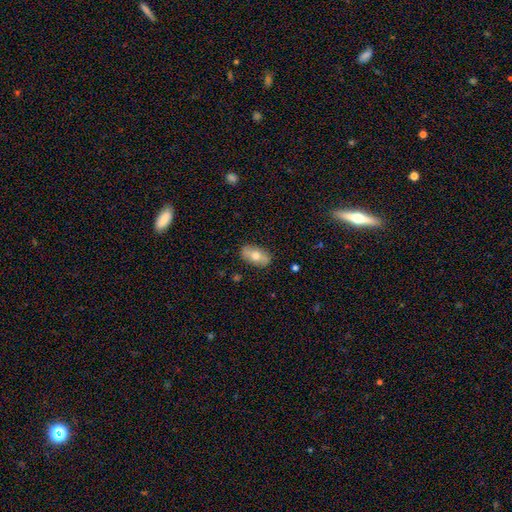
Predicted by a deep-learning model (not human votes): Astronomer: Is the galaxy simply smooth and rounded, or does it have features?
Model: smooth — 58% (runner-up: featured or disk, 35%).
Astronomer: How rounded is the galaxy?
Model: in between — 89%.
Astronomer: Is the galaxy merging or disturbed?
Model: none — 84%.